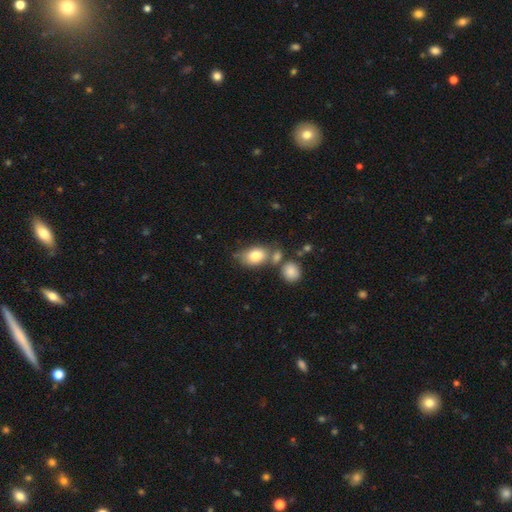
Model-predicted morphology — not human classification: The model was most divided on "merging": none: 52%, merger: 27%, minor disturbance: 16%, major disturbance: 5%. More confident: how rounded — in between (81%); smooth or featured — smooth (79%).